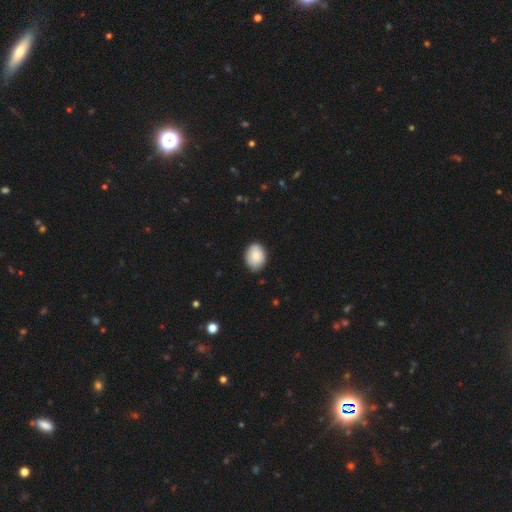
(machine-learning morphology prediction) Smooth or featured? smooth (86%)
How rounded? in between (69%)
Merging? none (82%)